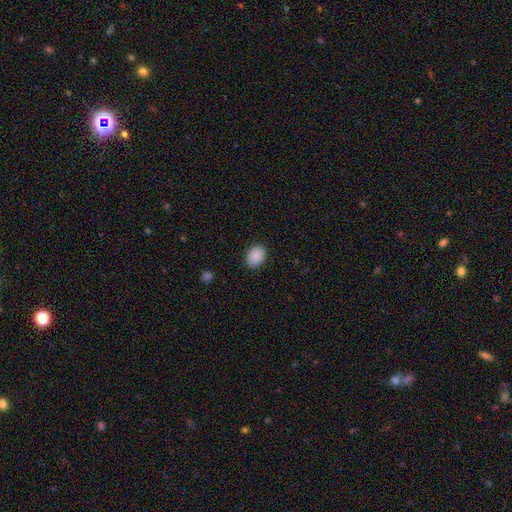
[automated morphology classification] Overall: smooth (89%). How rounded: in between (73%). Merging: none (87%).